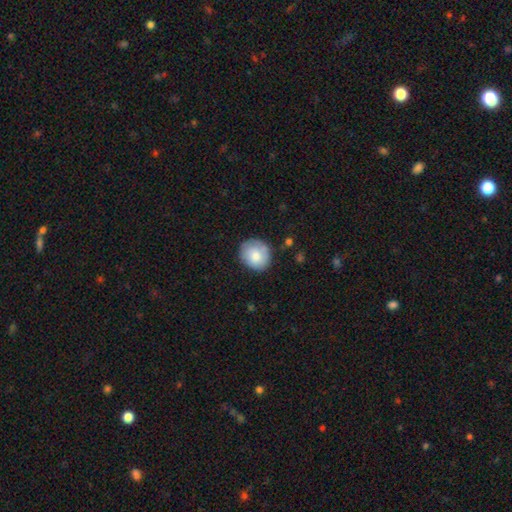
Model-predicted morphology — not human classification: smooth_or_featured: smooth (p=0.78) [alt: featured or disk p=0.16]
how_rounded: round (p=0.79) [alt: in between p=0.20]
merging: none (p=0.78) [alt: minor disturbance p=0.17]